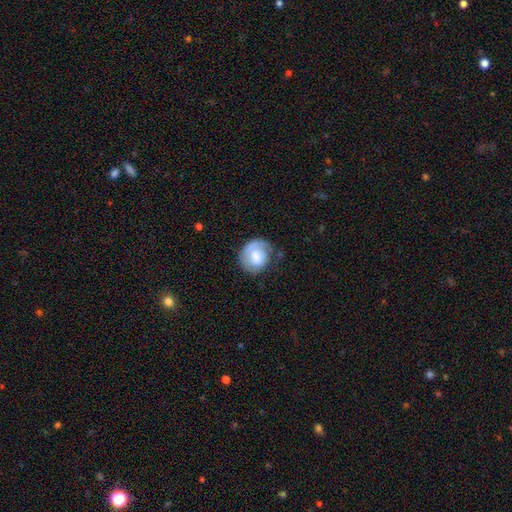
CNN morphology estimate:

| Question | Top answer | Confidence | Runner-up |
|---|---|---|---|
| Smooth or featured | smooth | 59% | featured or disk (34%) |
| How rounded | round | 77% | in between (22%) |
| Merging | none | 57% | minor disturbance (25%) |